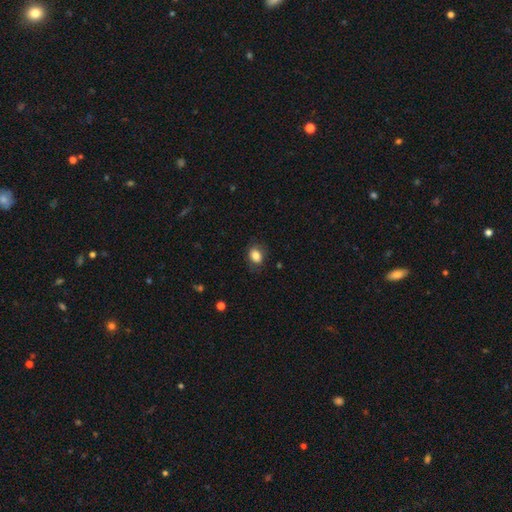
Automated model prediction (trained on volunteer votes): Smooth or featured? smooth (82%)
How rounded? in between (69%)
Merging? none (77%)